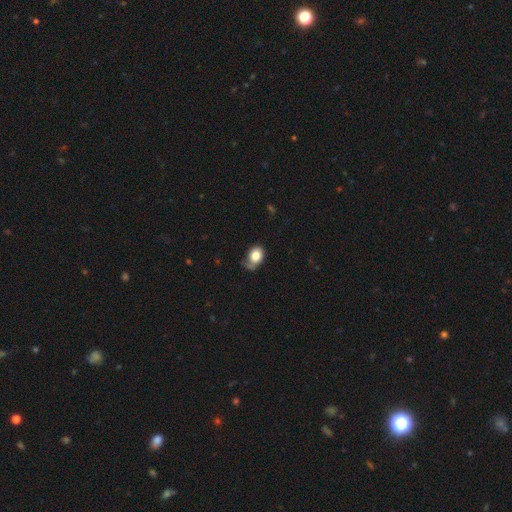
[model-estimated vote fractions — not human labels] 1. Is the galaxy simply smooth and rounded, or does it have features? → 78% smooth, 14% featured or disk, 8% star or artifact.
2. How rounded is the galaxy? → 63% in between, 35% round, 1% cigar-shaped.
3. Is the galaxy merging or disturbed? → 43% none, 35% minor disturbance, 17% major disturbance, 4% merger.